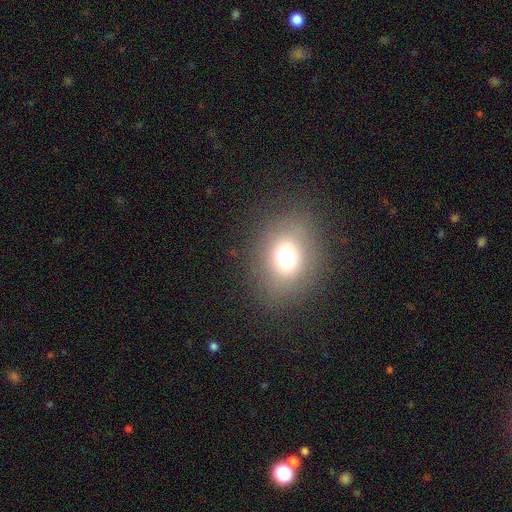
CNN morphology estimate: A smooth galaxy with no disk features (70%) that is in between round and cigar-shaped (57%).

Vote fractions:
- Smooth or featured? smooth: 70% / star or artifact: 17% / featured or disk: 13%
- How rounded? in between: 57% / round: 41% / cigar-shaped: 2%
- Merging? none: 90% / minor disturbance: 7% / major disturbance: 2% / merger: 1%